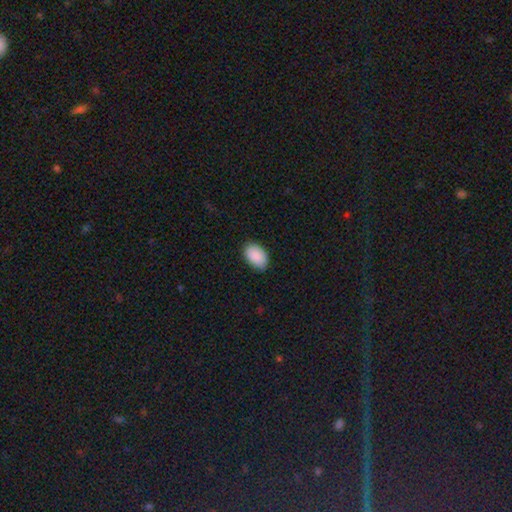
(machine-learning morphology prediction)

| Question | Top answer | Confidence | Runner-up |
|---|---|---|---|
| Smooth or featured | smooth | 90% | star or artifact (6%) |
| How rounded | in between | 92% | round (7%) |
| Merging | none | 85% | minor disturbance (12%) |